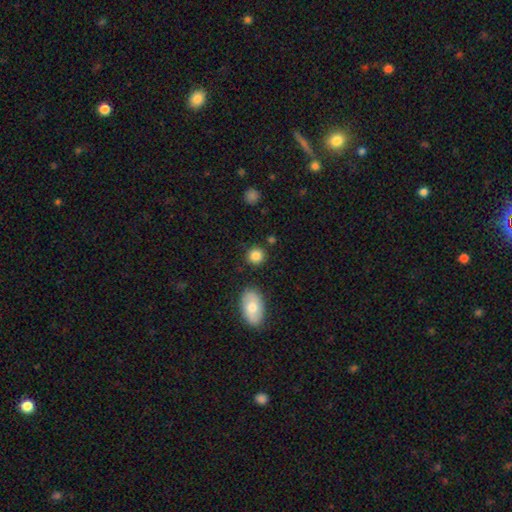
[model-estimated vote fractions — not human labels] The model was most divided on "how rounded": round: 86%, in between: 13%, cigar-shaped: 1%. More confident: merging — none (86%); smooth or featured — smooth (85%).